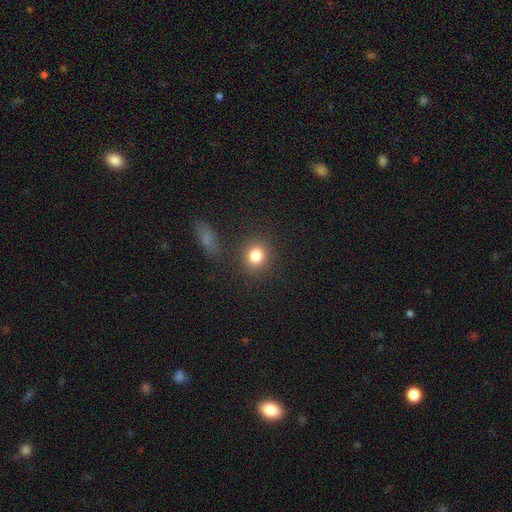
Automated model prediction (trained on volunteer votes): Overall: smooth (81%). How rounded: round (82%). Merging: none (86%).